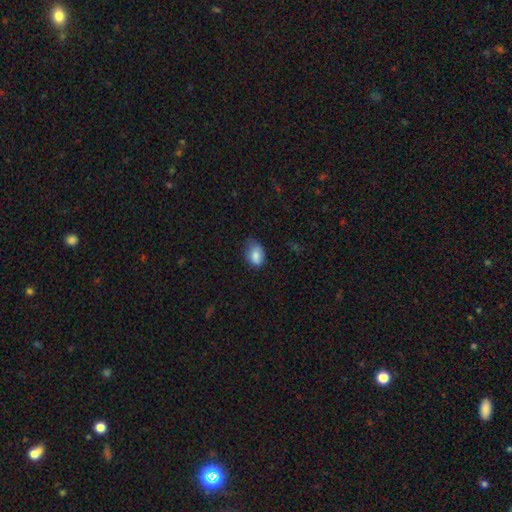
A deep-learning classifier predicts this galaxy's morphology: Smooth or featured: smooth — 84% (featured or disk — 8%)
How rounded: in between — 82% (round — 17%)
Merging: none — 54% (minor disturbance — 36%)